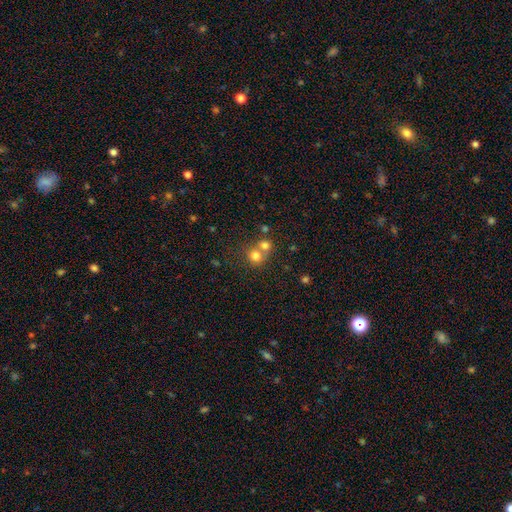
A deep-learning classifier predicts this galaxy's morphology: Smooth or featured? smooth (75%)
How rounded? round (80%)
Merging? merger (54%)